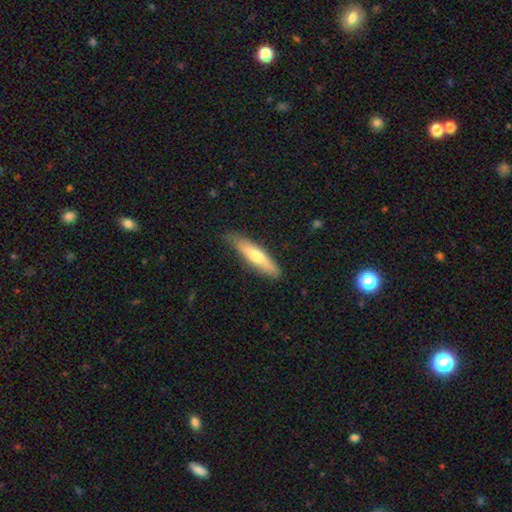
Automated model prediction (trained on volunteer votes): The model was most divided on "smooth or featured": smooth: 59%, featured or disk: 35%, star or artifact: 6%. More confident: merging — none (82%); how rounded — cigar-shaped (81%).